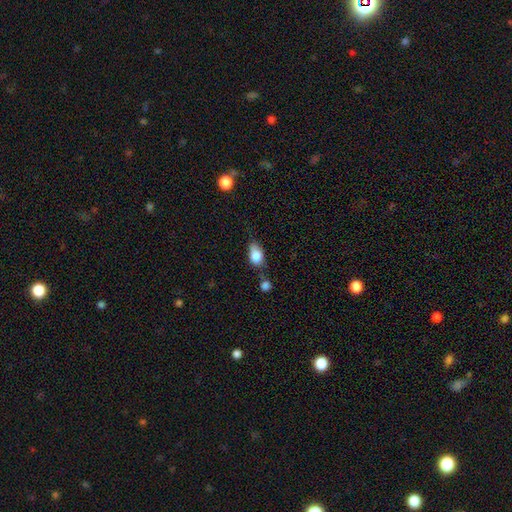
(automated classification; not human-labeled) Smooth or featured? smooth (80%)
How rounded? in between (79%)
Merging? none (45%)